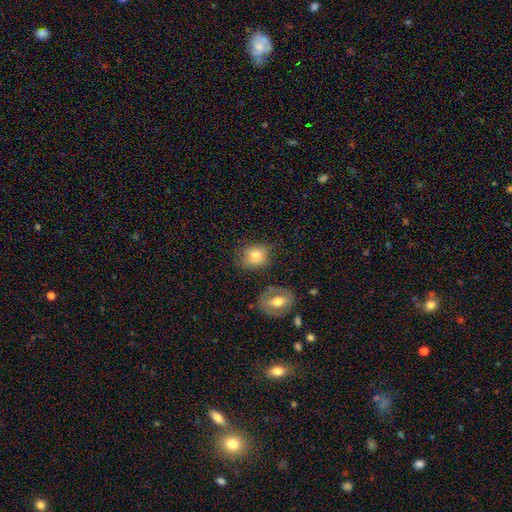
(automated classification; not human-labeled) The model was most divided on "how rounded": round: 56%, in between: 43%, cigar-shaped: 1%. More confident: smooth or featured — smooth (78%); merging — none (61%).